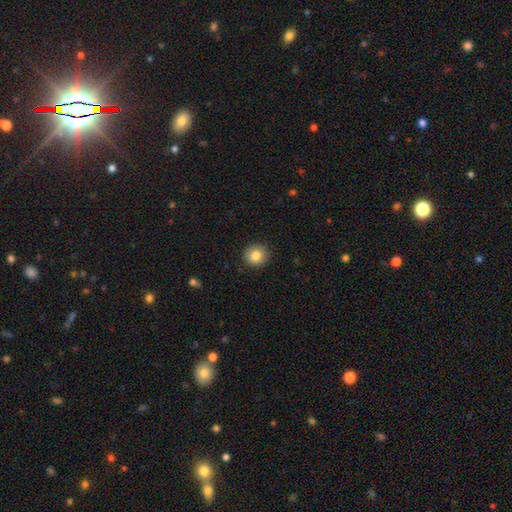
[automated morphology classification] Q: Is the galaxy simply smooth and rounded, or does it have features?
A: smooth — 84%.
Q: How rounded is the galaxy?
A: round — 88%.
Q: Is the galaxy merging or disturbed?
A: none — 90%.